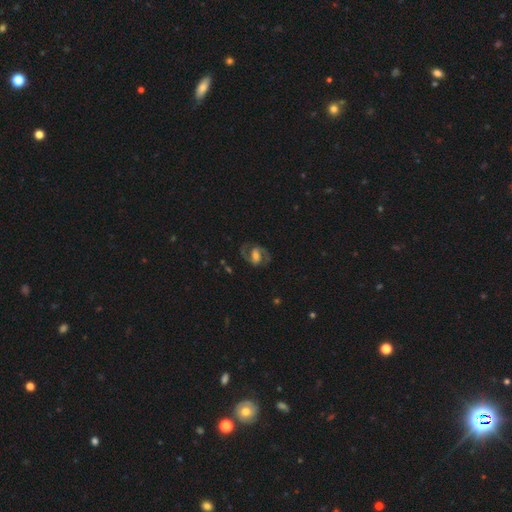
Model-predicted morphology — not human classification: Smooth or featured: featured or disk — 81% (smooth — 12%)
Edge-on disk: no — 97% (yes — 3%)
Bar: weak — 45% (strong — 34%)
Spiral arms: yes — 94% (no — 6%)
Spiral winding: medium — 59% (tight — 21%)
Spiral arm count: 2 — 92% (can't tell — 3%)
Bulge size: moderate — 38% (large — 26%)
Merging: none — 76% (minor disturbance — 14%)